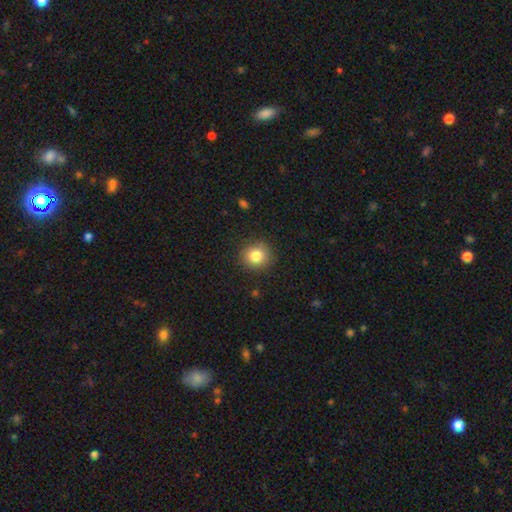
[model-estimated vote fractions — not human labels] A smooth galaxy with no disk features (83%) that is round (88%).

Vote fractions:
- Smooth or featured? smooth: 83% / star or artifact: 10% / featured or disk: 7%
- How rounded? round: 88% / in between: 11% / cigar-shaped: 1%
- Merging? none: 88% / minor disturbance: 8% / major disturbance: 3% / merger: 1%